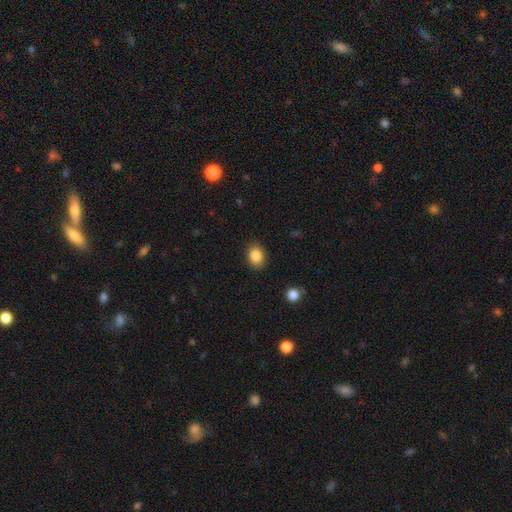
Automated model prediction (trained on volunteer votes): The model was most divided on "how rounded": in between: 55%, round: 44%, cigar-shaped: 1%. More confident: merging — none (88%); smooth or featured — smooth (87%).